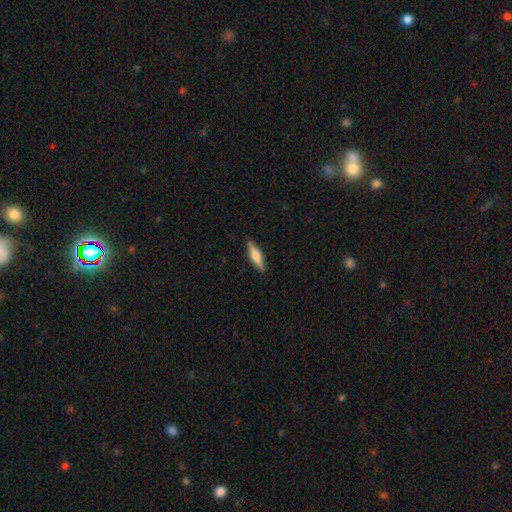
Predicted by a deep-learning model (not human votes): A smooth galaxy with no disk features (66%) that is cigar-shaped (68%).

Vote fractions:
- Smooth or featured? smooth: 66% / featured or disk: 28% / star or artifact: 6%
- How rounded? cigar-shaped: 68% / in between: 30% / round: 2%
- Merging? none: 87% / minor disturbance: 10% / major disturbance: 2% / merger: 1%